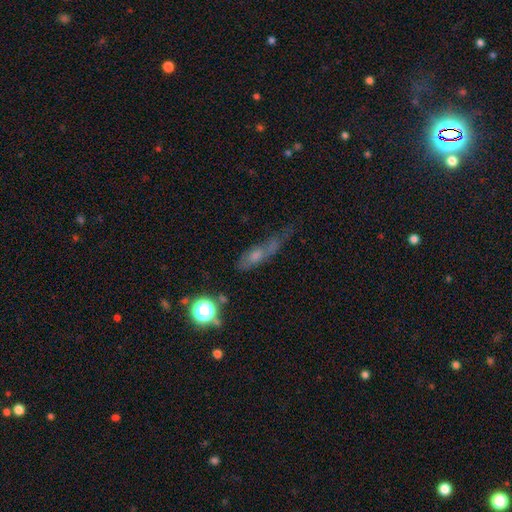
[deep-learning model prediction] smooth-or-featured: smooth: 54% | featured or disk: 32% | star or artifact: 14%
  how-rounded: cigar-shaped: 54% | in between: 40% | round: 6%
  merging: none: 38% | minor disturbance: 28% | major disturbance: 27% | merger: 8%